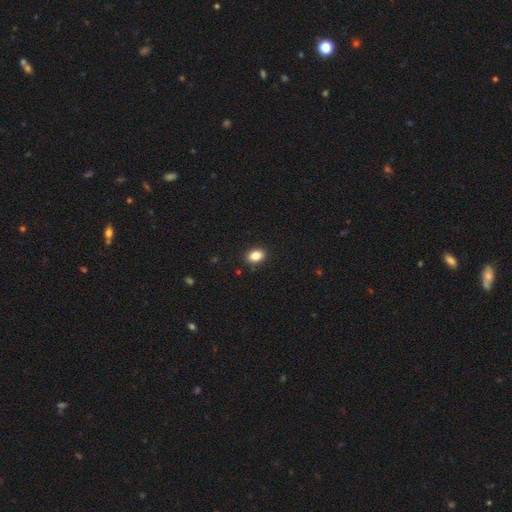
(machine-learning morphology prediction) A smooth galaxy with no disk features (85%) that is in between round and cigar-shaped (80%).

Vote fractions:
- Smooth or featured? smooth: 85% / star or artifact: 9% / featured or disk: 6%
- How rounded? in between: 80% / round: 18% / cigar-shaped: 1%
- Merging? none: 89% / minor disturbance: 8% / major disturbance: 2% / merger: 1%